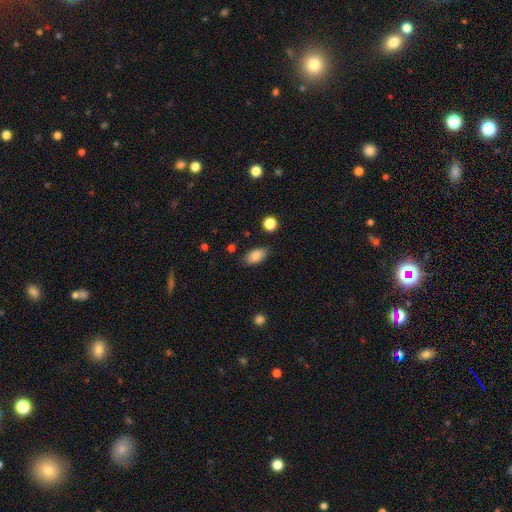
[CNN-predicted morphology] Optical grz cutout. It shows a smooth galaxy with no disk features (86%) that is in between round and cigar-shaped (92%). Merging: none (81%).